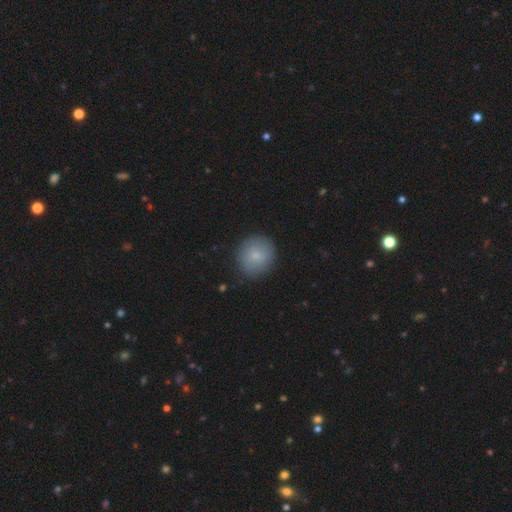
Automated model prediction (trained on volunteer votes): Smooth or featured: smooth — 78% (featured or disk — 14%)
How rounded: round — 88% (in between — 11%)
Merging: none — 86% (minor disturbance — 10%)